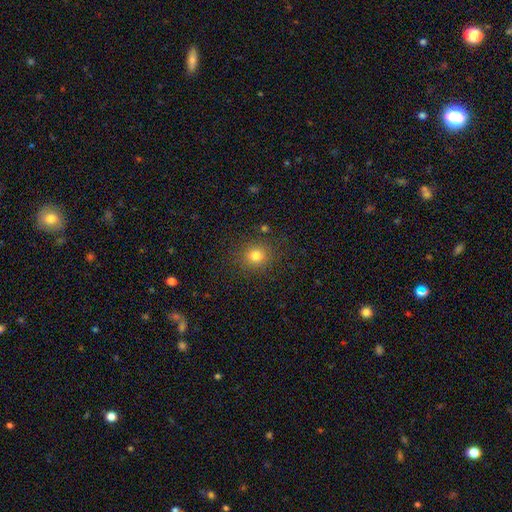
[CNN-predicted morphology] Smooth or featured? smooth (80%)
How rounded? round (88%)
Merging? none (87%)